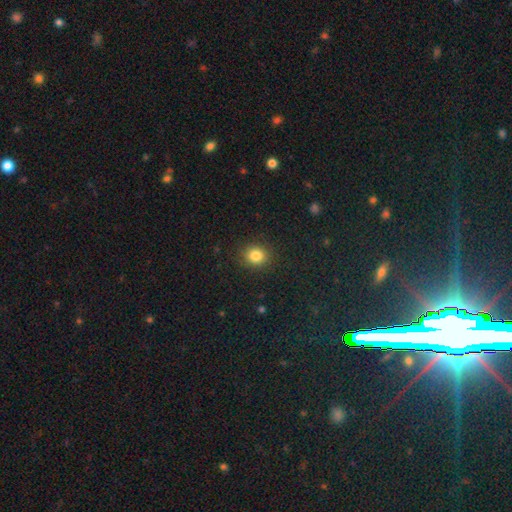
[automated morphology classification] Smooth or featured? smooth (84%)
How rounded? round (83%)
Merging? none (90%)